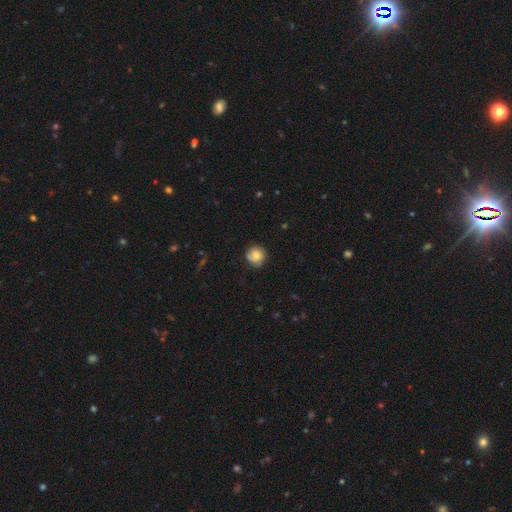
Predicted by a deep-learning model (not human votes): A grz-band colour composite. It shows a smooth galaxy with no disk features (70%) that is round (90%). Merging: none (75%).